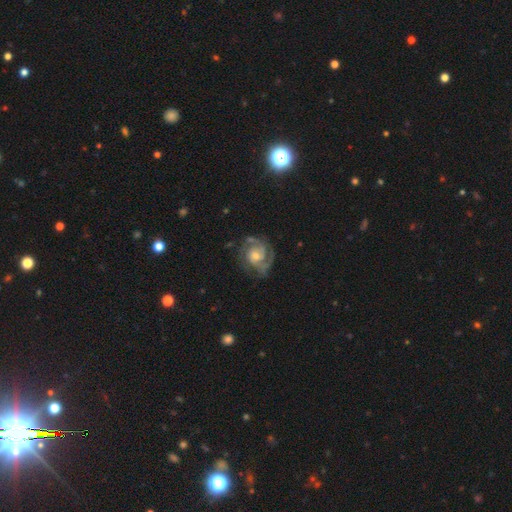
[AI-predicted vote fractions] A featured or disk galaxy (87%) with no bar (65%), 2 (41%) tight (55%) spiral arms (97%) and a moderate central bulge (47%). Merging: none (70%).